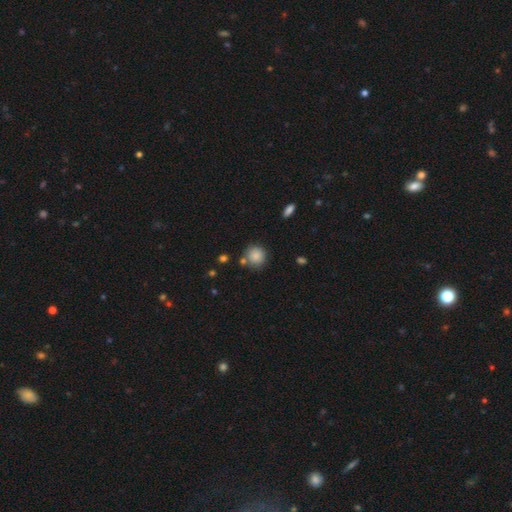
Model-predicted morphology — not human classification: This is clearly a smooth galaxy (86%). How rounded: clearly round (90%). Merging: likely none (76%).